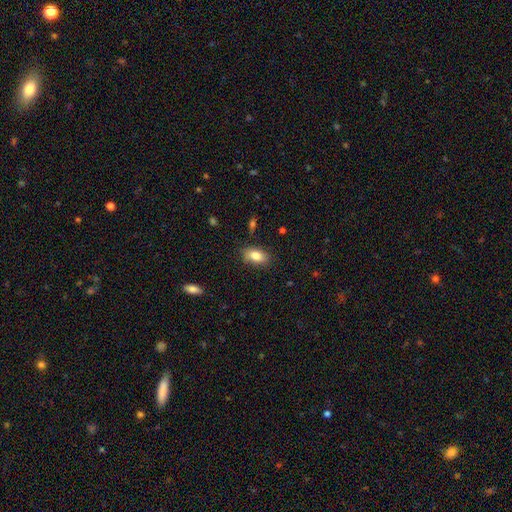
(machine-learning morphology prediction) Smooth or featured?
  - smooth: 83% *
  - featured or disk: 9%
  - star or artifact: 8%
How rounded?
  - in between: 89% *
  - round: 8%
  - cigar-shaped: 3%
Merging?
  - none: 80% *
  - minor disturbance: 15%
  - major disturbance: 3%
  - merger: 2%